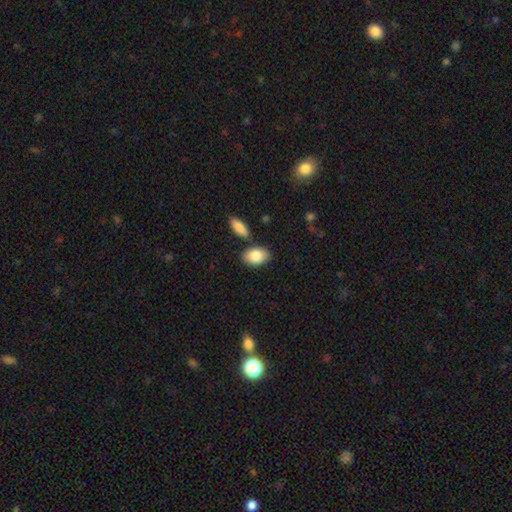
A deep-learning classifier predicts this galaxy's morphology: smooth-or-featured: smooth: 84% | featured or disk: 10% | star or artifact: 6%
  how-rounded: in between: 89% | round: 9% | cigar-shaped: 2%
  merging: none: 75% | minor disturbance: 12% | merger: 10% | major disturbance: 3%